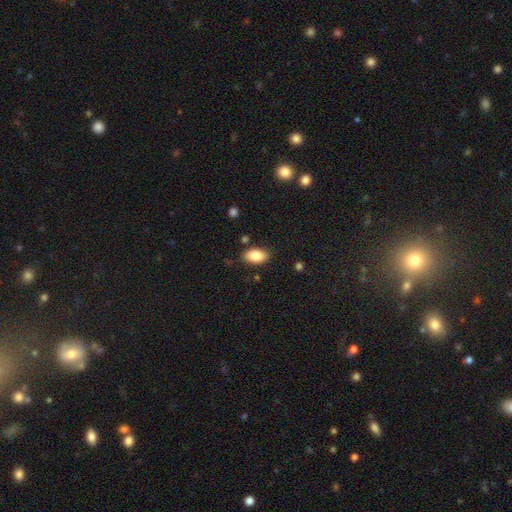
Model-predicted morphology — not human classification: The model was most divided on "merging": none: 83%, minor disturbance: 12%, major disturbance: 3%, merger: 2%. More confident: how rounded — in between (93%); smooth or featured — smooth (84%).